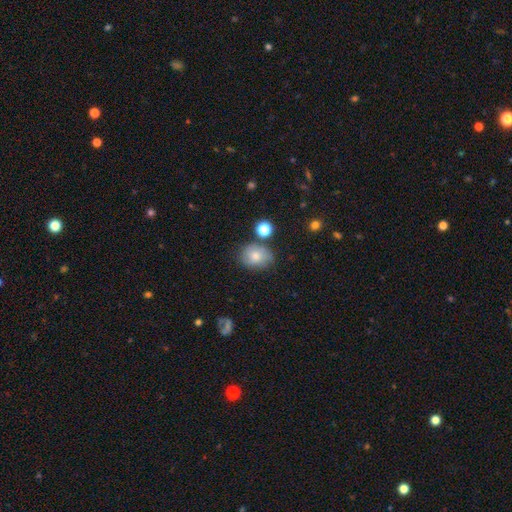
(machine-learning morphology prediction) Smooth or featured? smooth (72%)
How rounded? in between (53%)
Merging? none (65%)